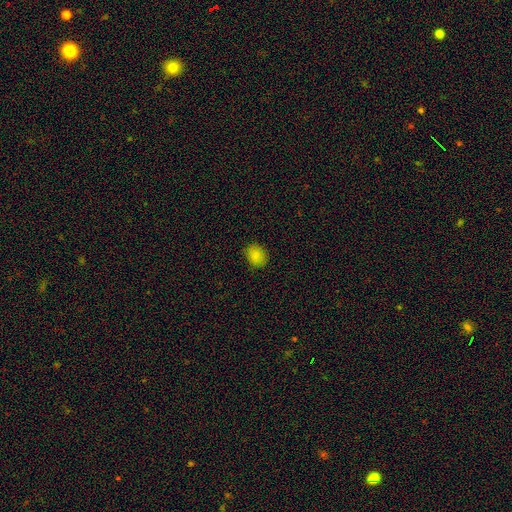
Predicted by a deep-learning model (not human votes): Smooth or featured? smooth (83%)
How rounded? round (52%)
Merging? none (86%)